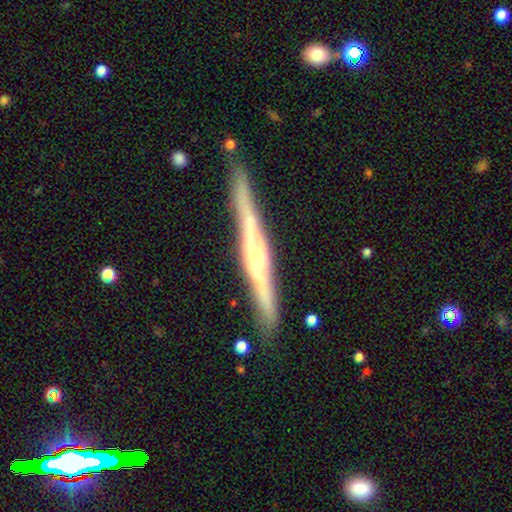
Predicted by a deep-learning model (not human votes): A featured or disk galaxy (78%) viewed edge-on (98%) with a rounded central bulge (46%). Merging: none (87%).